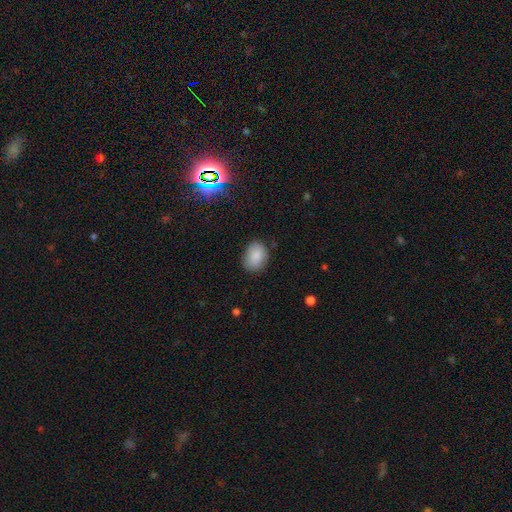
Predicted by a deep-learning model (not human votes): Smooth or featured?
  - smooth: 86% *
  - star or artifact: 8%
  - featured or disk: 6%
How rounded?
  - in between: 70% *
  - round: 29%
  - cigar-shaped: 1%
Merging?
  - none: 81% *
  - minor disturbance: 15%
  - major disturbance: 3%
  - merger: 1%